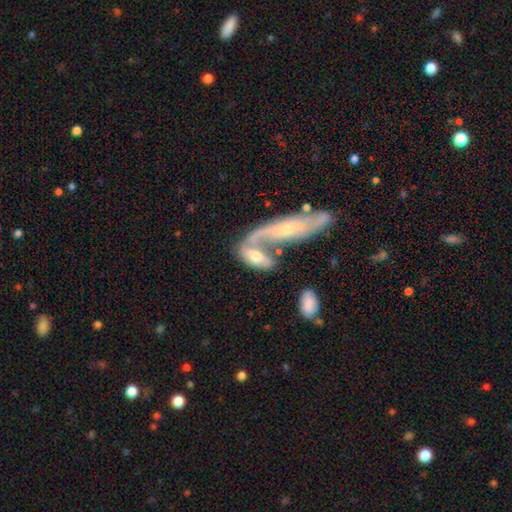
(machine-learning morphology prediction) A featured or disk galaxy (47%).

Vote fractions:
- Smooth or featured? featured or disk: 47% / smooth: 46% / star or artifact: 7%
- Merging? merger: 60% / none: 18% / major disturbance: 13% / minor disturbance: 9%